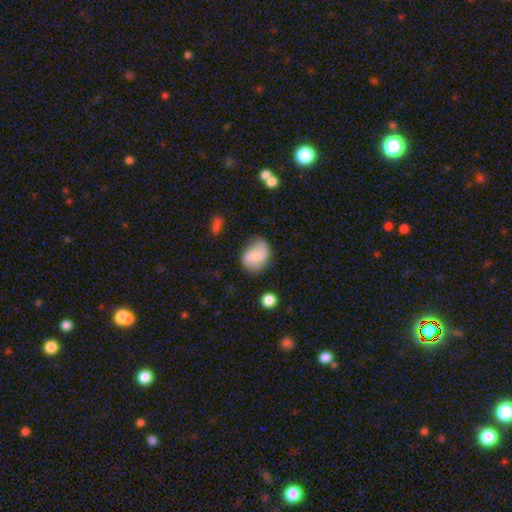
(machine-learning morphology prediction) smooth_or_featured: smooth (p=0.68) [alt: featured or disk p=0.24]
how_rounded: in between (p=0.62) [alt: round p=0.37]
merging: none (p=0.60) [alt: minor disturbance p=0.29]